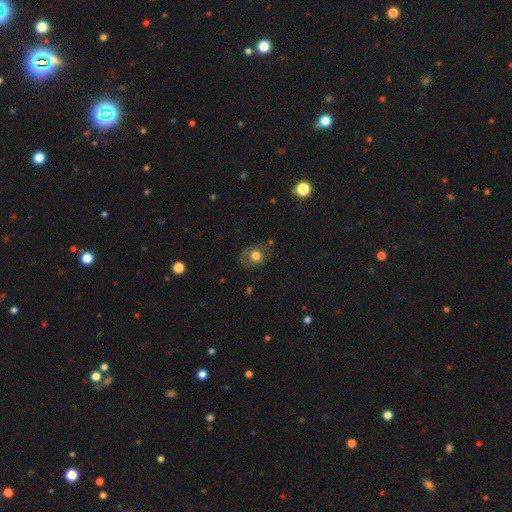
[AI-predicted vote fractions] This appears to be a smooth galaxy with no disk features (65%) that is round (53%). Merging: none (66%).